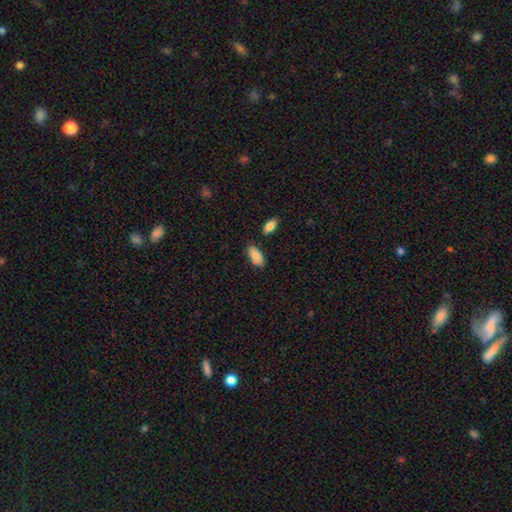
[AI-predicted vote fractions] smooth 76%, featured or disk 17%, star or artifact 6%. Down the decision tree: how rounded — in between (91%); merging — none (78%).